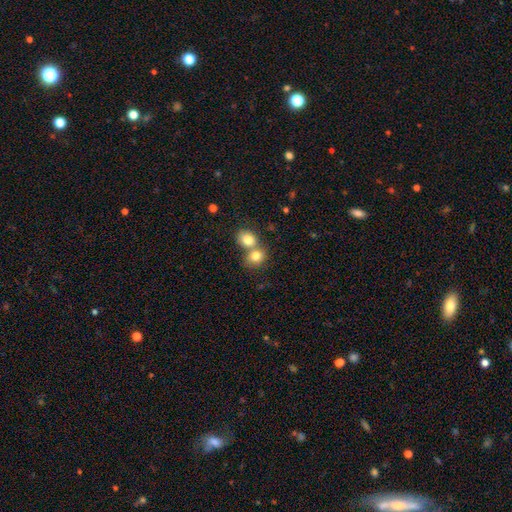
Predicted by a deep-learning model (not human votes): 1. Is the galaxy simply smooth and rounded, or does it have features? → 78% smooth, 12% featured or disk, 10% star or artifact.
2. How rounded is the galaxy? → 65% round, 34% in between, 1% cigar-shaped.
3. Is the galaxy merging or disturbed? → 58% merger, 33% none, 6% minor disturbance, 3% major disturbance.